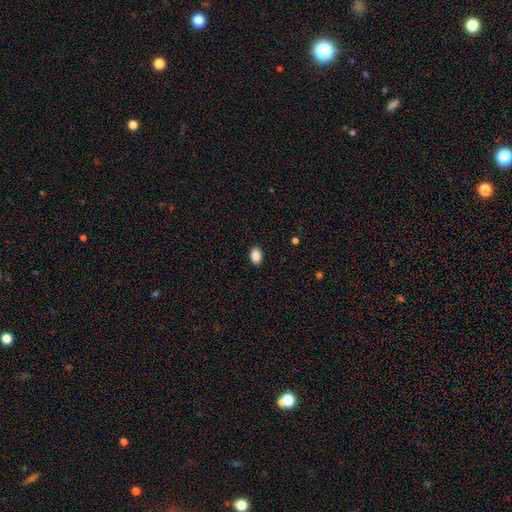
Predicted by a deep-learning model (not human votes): A smooth galaxy with no disk features (88%) that is in between round and cigar-shaped (82%). Merging: none (90%).